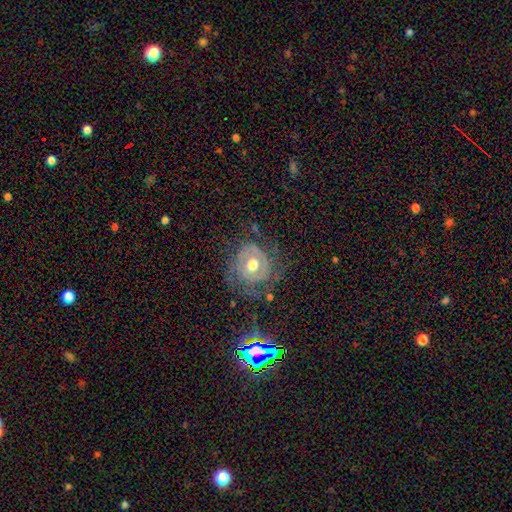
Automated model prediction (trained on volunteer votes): Smooth or featured?
  - featured or disk: 63% *
  - star or artifact: 25%
  - smooth: 12%
Edge-on disk?
  - no: 96% *
  - yes: 4%
Bar?
  - no: 68% *
  - weak: 23%
  - strong: 10%
Spiral arms?
  - yes: 91% *
  - no: 9%
Spiral winding?
  - tight: 71% *
  - medium: 24%
  - loose: 6%
Spiral arm count?
  - 2: 35% *
  - can't tell: 28%
  - 3: 19%
  - 4: 7%
  - 1: 6%
  - more than 4: 6%
Bulge size?
  - moderate: 57% *
  - small: 37%
  - large: 3%
  - dominant: 1%
  - none: 1%
Merging?
  - none: 79% *
  - minor disturbance: 12%
  - major disturbance: 6%
  - merger: 2%